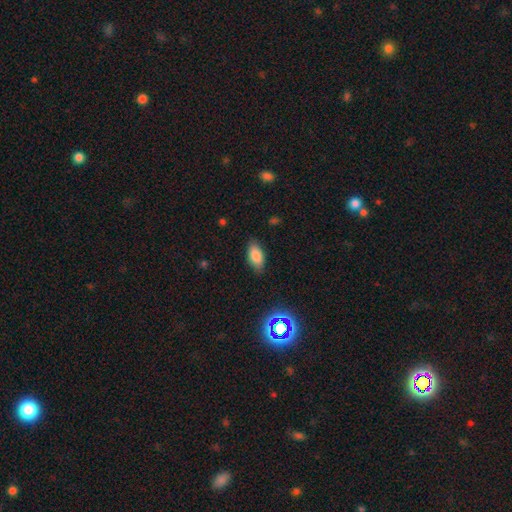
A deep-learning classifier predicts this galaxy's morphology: type=smooth (83%); roundness=in between (91%); merging=none (83%).